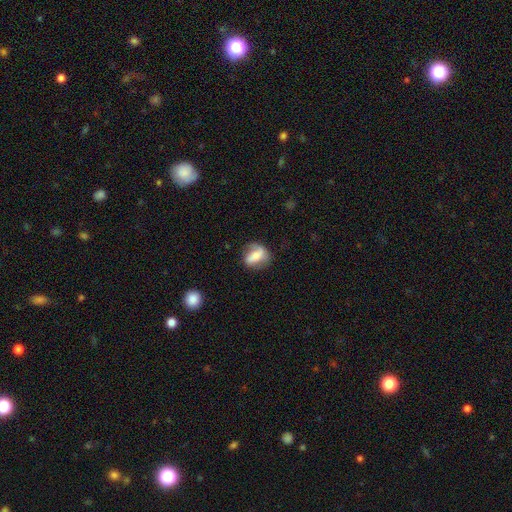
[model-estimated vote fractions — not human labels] A smooth galaxy with no disk features (56%) that is in between round and cigar-shaped (68%).

Vote fractions:
- Smooth or featured? smooth: 56% / featured or disk: 36% / star or artifact: 8%
- How rounded? in between: 68% / round: 25% / cigar-shaped: 6%
- Merging? none: 58% / minor disturbance: 27% / major disturbance: 13% / merger: 2%